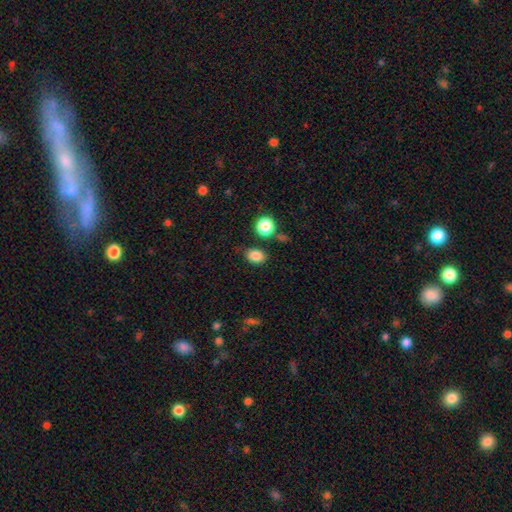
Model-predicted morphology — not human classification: Overall: smooth (85%). How rounded: in between (62%; round 37%). Merging: none (78%).